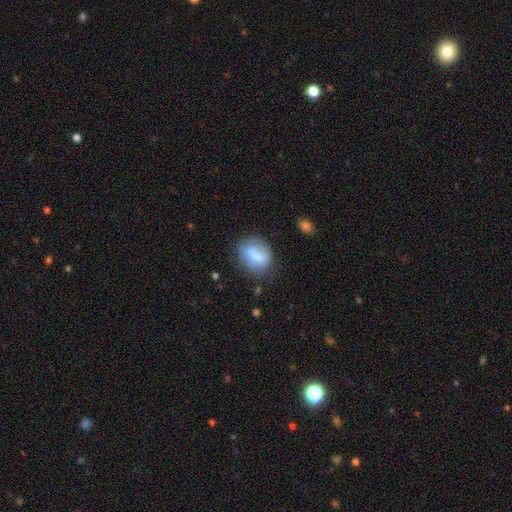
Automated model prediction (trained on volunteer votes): Smooth or featured? Predicted: smooth (p=0.61). How rounded? Predicted: in between (p=0.53). Merging? Predicted: none (p=0.64).